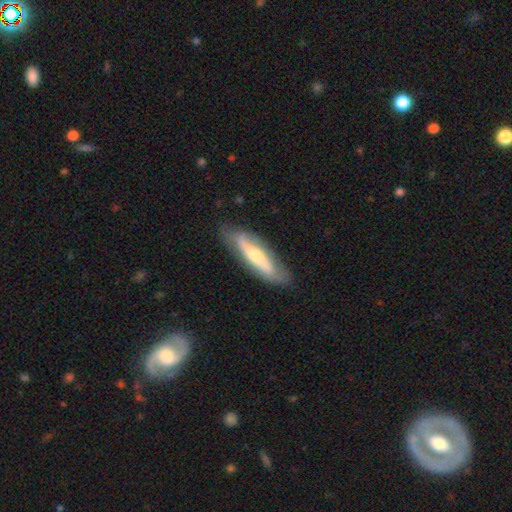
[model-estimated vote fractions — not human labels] This appears to be a featured or disk galaxy (59%) viewed edge-on (52%). Merging: none (81%).